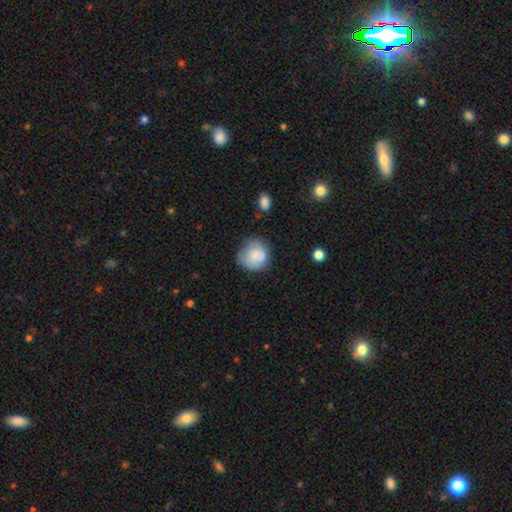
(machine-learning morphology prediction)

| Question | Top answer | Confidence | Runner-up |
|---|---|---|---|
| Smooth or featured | smooth | 79% | featured or disk (14%) |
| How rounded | round | 87% | in between (12%) |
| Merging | none | 63% | minor disturbance (25%) |